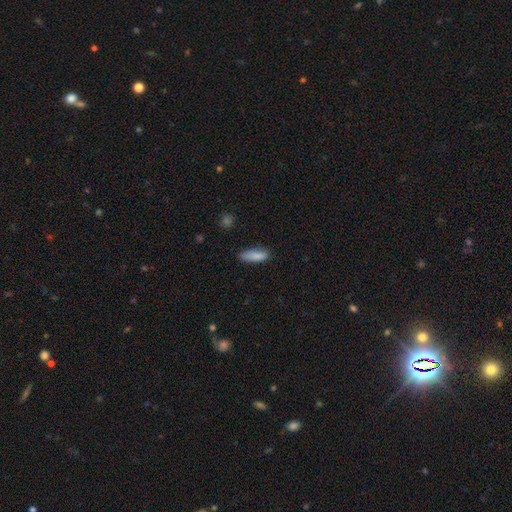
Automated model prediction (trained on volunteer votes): smooth_or_featured: smooth (p=0.86) [alt: featured or disk p=0.07]
how_rounded: cigar-shaped (p=0.49) [tied with: in between p=0.49]
merging: none (p=0.79) [alt: minor disturbance p=0.16]